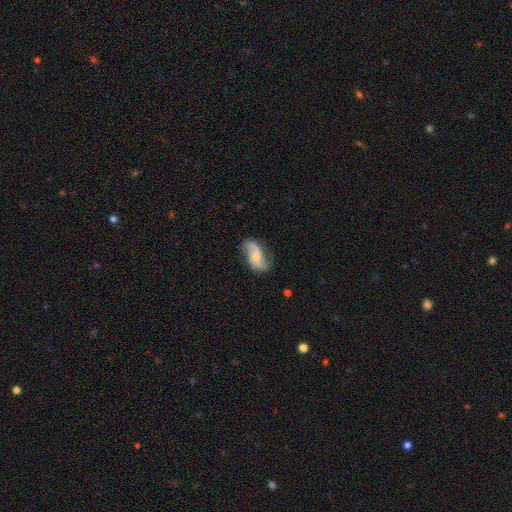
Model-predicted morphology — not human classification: This appears to be a featured or disk galaxy (74%) with no bar (58%), 2 (89%) loose (67%) spiral arms (94%) and a small central bulge (48%). Merging: none (69%).